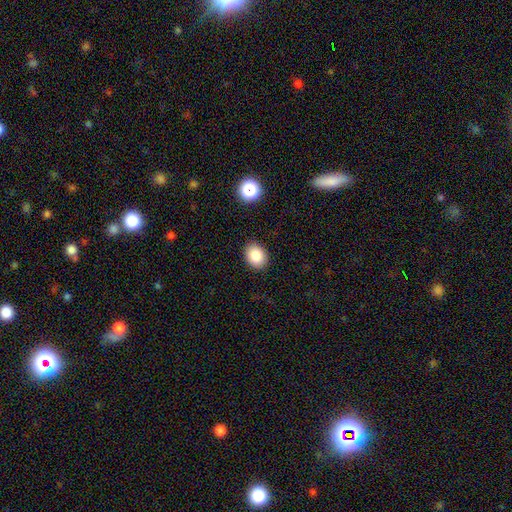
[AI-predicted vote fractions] Smooth or featured? smooth (85%)
How rounded? in between (58%)
Merging? none (89%)